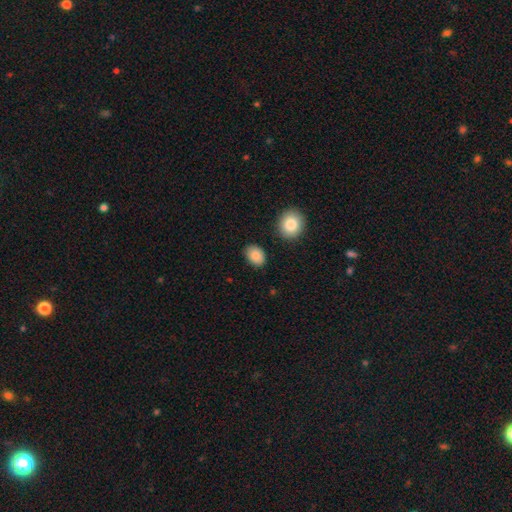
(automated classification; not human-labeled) smooth-or-featured: smooth: 87% | star or artifact: 8% | featured or disk: 6%
  how-rounded: in between: 71% | round: 28% | cigar-shaped: 1%
  merging: none: 84% | minor disturbance: 10% | merger: 3% | major disturbance: 2%